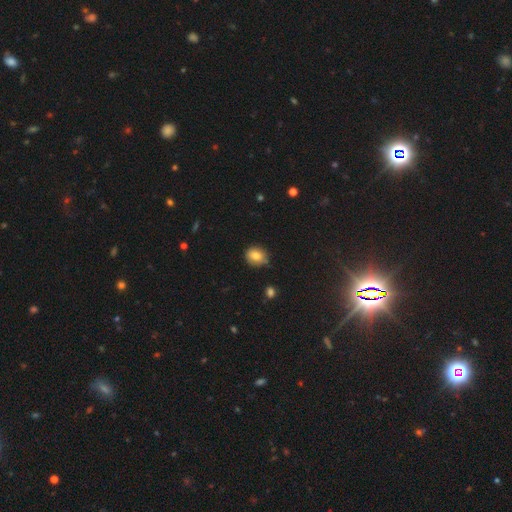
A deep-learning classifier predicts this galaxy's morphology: smooth-or-featured: smooth: 81% | star or artifact: 11% | featured or disk: 8%
  how-rounded: round: 69% | in between: 29% | cigar-shaped: 1%
  merging: none: 76% | minor disturbance: 19% | merger: 3% | major disturbance: 3%